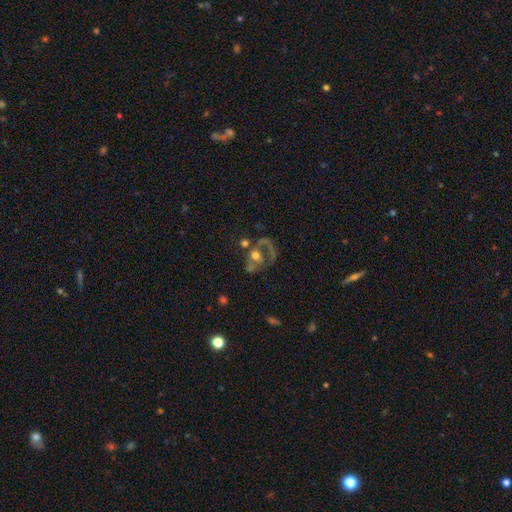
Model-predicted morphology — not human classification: A featured or disk galaxy (56%) with no bar (80%), no spiral arms (65%) and a moderate central bulge (59%). Merging: none (35%).